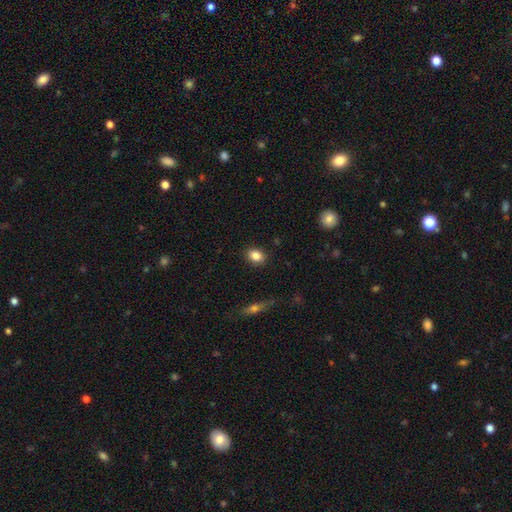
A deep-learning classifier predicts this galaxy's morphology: This appears to be a smooth galaxy with no disk features (85%) that is in between round and cigar-shaped (62%). Merging: none (88%).